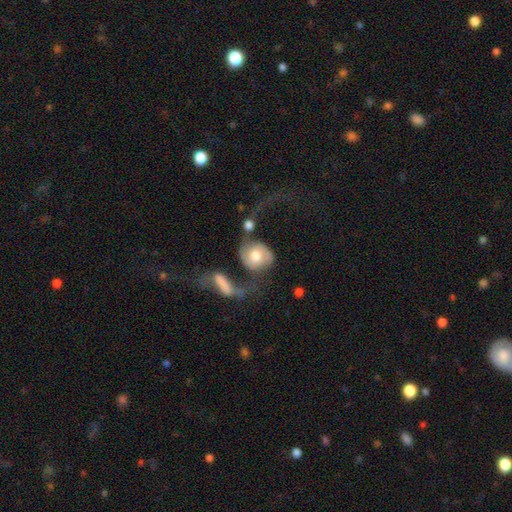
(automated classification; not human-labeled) Smooth or featured? featured or disk (57%)
Edge-on disk? no (95%)
Bar? no (71%)
Spiral arms? yes (74%)
Bulge size? moderate (68%)
Merging? merger (34%)